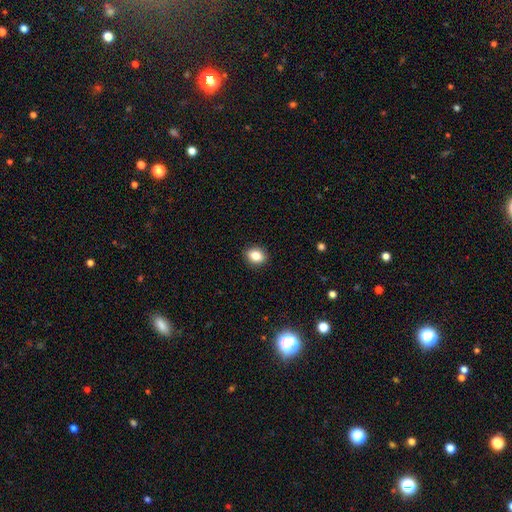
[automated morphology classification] Overall: smooth (84%). How rounded: in between (55%; round 43%). Merging: none (90%).